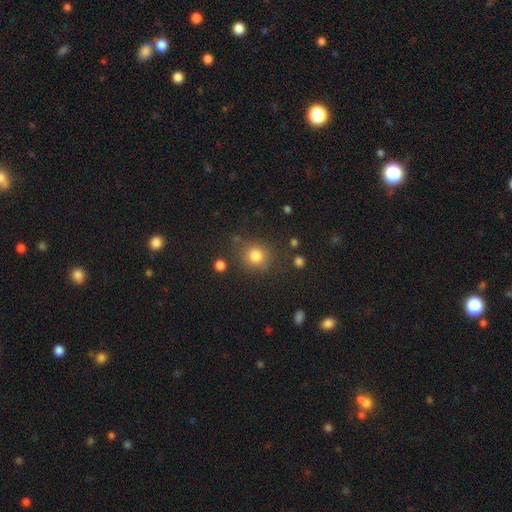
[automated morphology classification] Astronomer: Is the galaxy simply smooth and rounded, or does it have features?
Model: smooth — 82%.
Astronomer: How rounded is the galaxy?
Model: round — 86%.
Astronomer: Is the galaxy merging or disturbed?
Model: none — 77%.